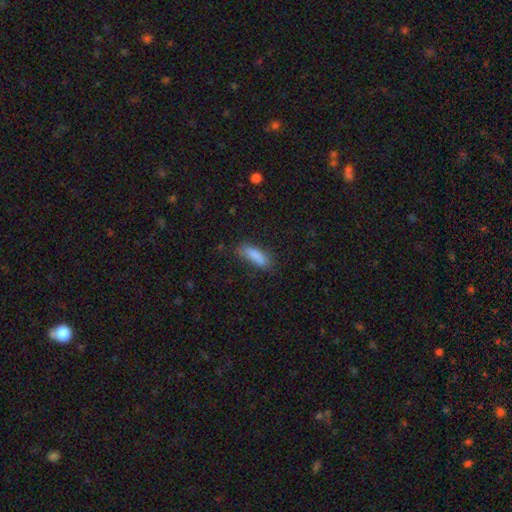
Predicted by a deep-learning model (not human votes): Smooth or featured: smooth — 83% (featured or disk — 9%)
How rounded: in between — 54% (cigar-shaped — 44%)
Merging: none — 64% (minor disturbance — 25%)